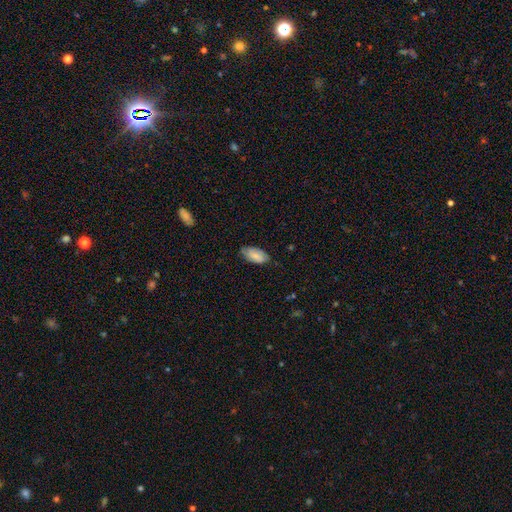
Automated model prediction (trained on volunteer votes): A smooth galaxy with no disk features (76%) that is in between round and cigar-shaped (93%).

Vote fractions:
- Smooth or featured? smooth: 76% / featured or disk: 17% / star or artifact: 7%
- How rounded? in between: 93% / cigar-shaped: 4% / round: 3%
- Merging? none: 67% / minor disturbance: 27% / major disturbance: 4% / merger: 1%